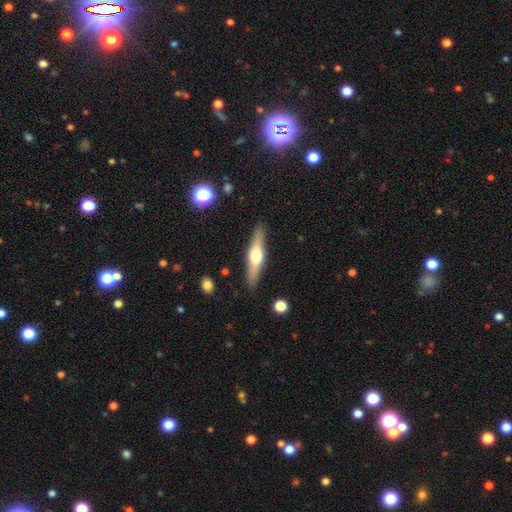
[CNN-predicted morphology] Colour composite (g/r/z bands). It shows a featured or disk galaxy (58%) viewed edge-on (95%) with a rounded central bulge (92%). Merging: none (89%).